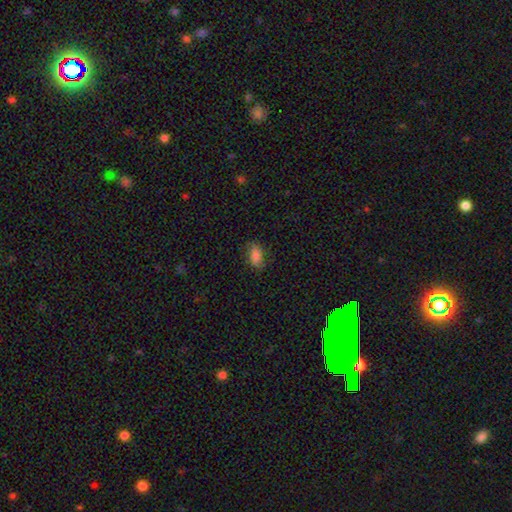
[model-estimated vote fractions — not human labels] The model was most divided on "merging": none: 75%, minor disturbance: 19%, major disturbance: 5%, merger: 1%. More confident: how rounded — in between (89%); smooth or featured — smooth (81%).